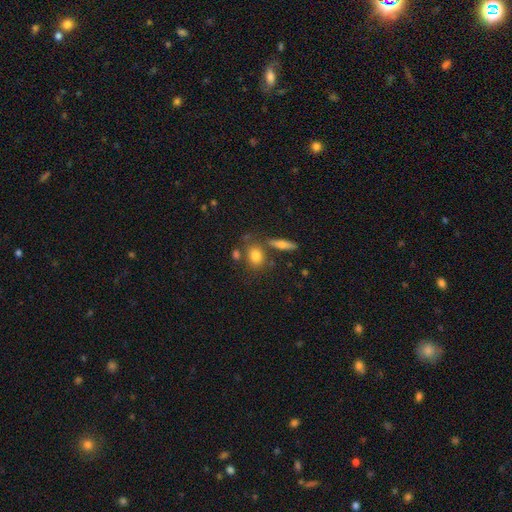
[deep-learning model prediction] Overall: smooth (79%). How rounded: in between (52%; round 43%). Merging: none (65%).